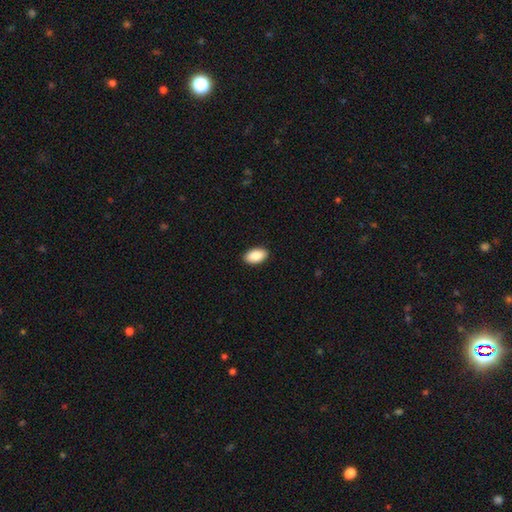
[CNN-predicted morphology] Smooth or featured? smooth (89%)
How rounded? in between (95%)
Merging? none (90%)